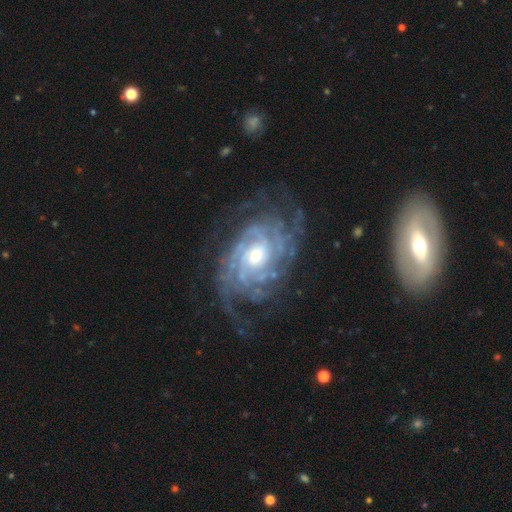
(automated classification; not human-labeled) A featured or disk galaxy (91%) with no bar (71%), tight (73%) spiral arms (97%) and a moderate central bulge (61%). Merging: none (72%).